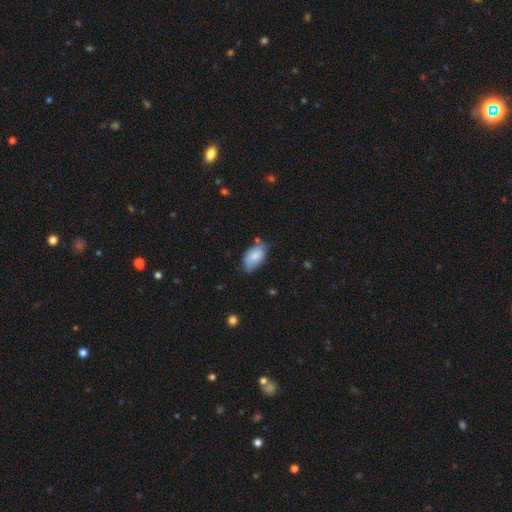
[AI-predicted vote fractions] This is clearly a smooth galaxy (83%). How rounded: clearly in between (94%). Merging: possibly none (58%).